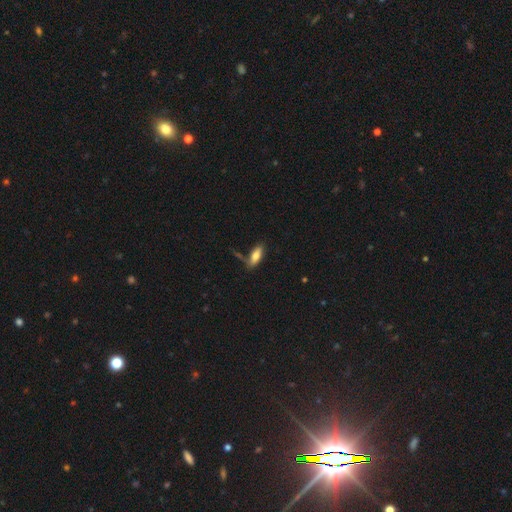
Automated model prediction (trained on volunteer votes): Overall: smooth (74%). How rounded: in between (69%). Merging: none (62%).